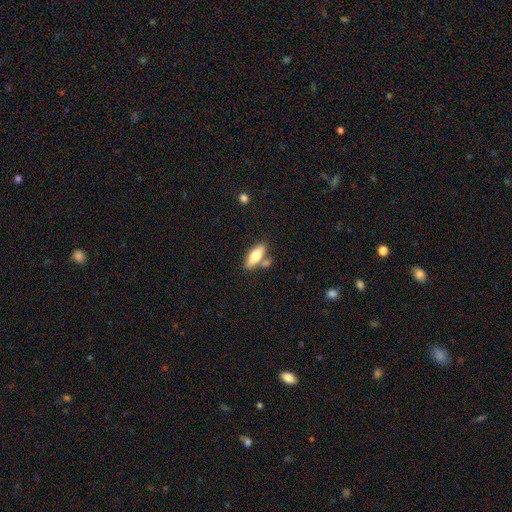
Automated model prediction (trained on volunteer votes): Overall: smooth (69%). How rounded: in between (74%). Merging: none (67%).